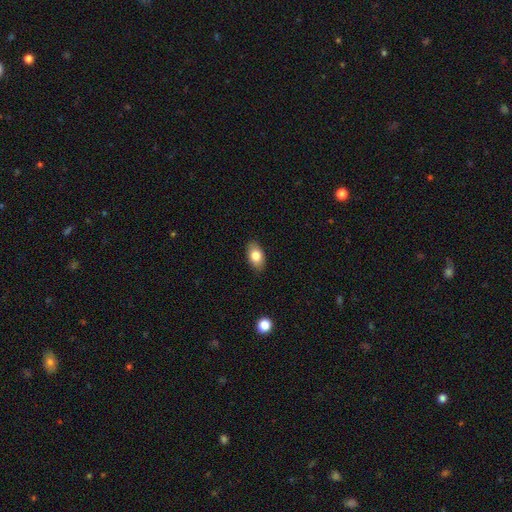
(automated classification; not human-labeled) Morphology: type=smooth (81%); roundness=in between (90%); merging=none (87%).